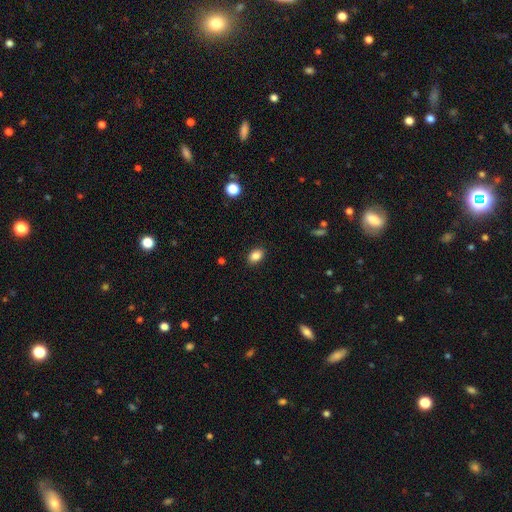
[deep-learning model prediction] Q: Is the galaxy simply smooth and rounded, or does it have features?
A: smooth — 87%.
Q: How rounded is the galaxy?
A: in between — 80%.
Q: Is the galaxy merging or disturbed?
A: none — 89%.